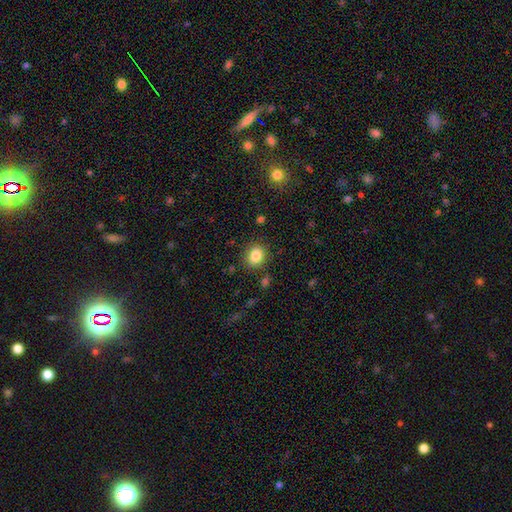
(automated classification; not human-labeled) smooth 84%, star or artifact 10%, featured or disk 6%. Down the decision tree: how rounded — round (58%); merging — none (84%).